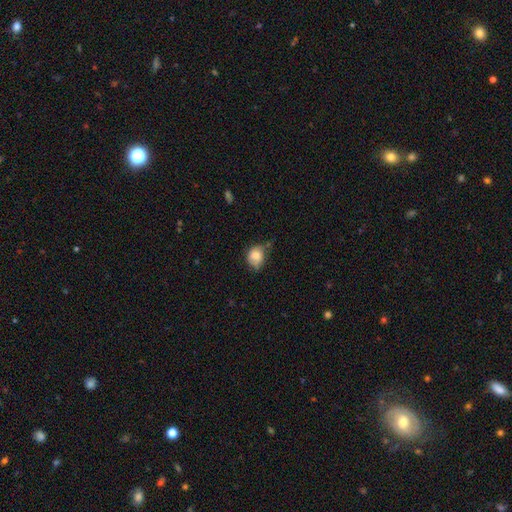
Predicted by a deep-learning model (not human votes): A smooth galaxy with no disk features (77%) that is round (52%).

Vote fractions:
- Smooth or featured? smooth: 77% / featured or disk: 15% / star or artifact: 9%
- How rounded? round: 52% / in between: 47% / cigar-shaped: 1%
- Merging? minor disturbance: 42% / none: 38% / major disturbance: 15% / merger: 5%